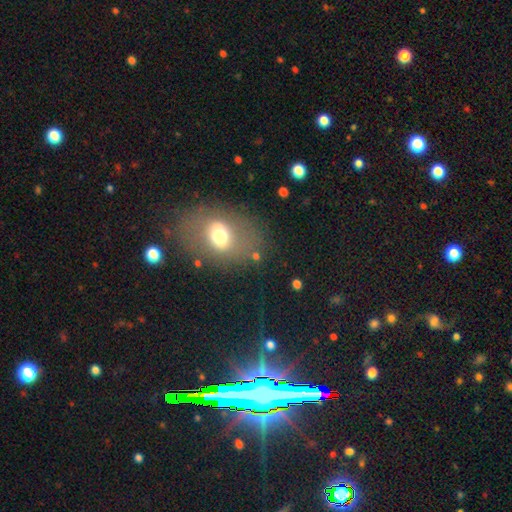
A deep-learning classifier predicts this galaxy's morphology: The model was most divided on "smooth or featured": smooth: 49%, star or artifact: 27%, featured or disk: 24%. More confident: merging — none (77%).